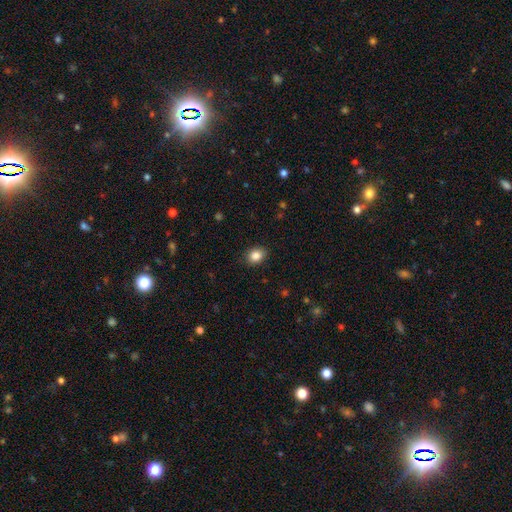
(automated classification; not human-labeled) This appears to be a smooth galaxy with no disk features (86%) that is in between round and cigar-shaped (57%). Merging: none (88%).